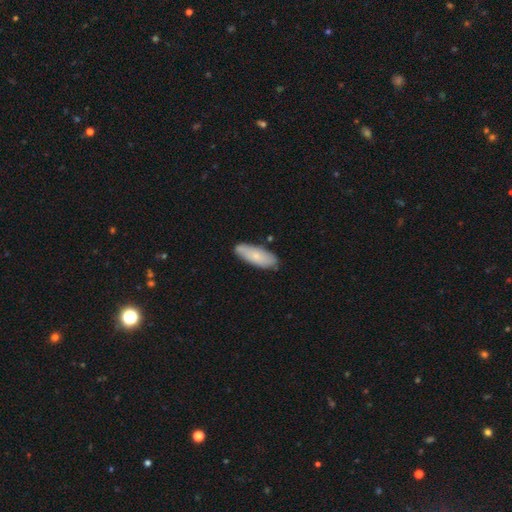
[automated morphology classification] Overall: smooth (74%). How rounded: in between (68%; cigar-shaped 30%). Merging: none (79%).